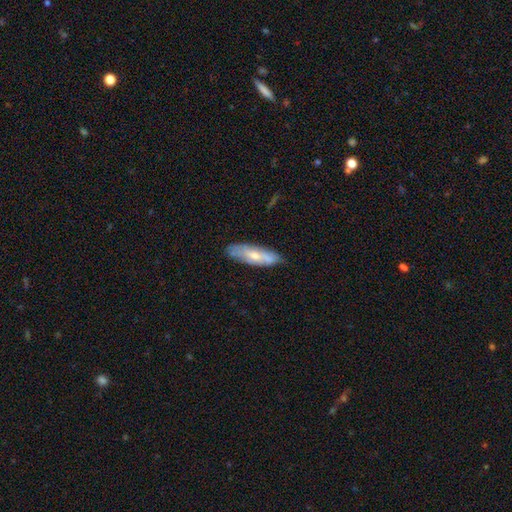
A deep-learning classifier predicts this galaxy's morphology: This appears to be a smooth galaxy with no disk features (48%). Merging: none (71%).